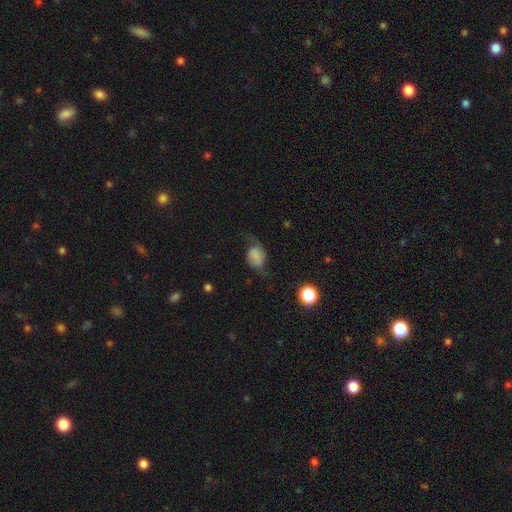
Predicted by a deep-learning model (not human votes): Morphology: type=smooth (56%); roundness=in between (64%); merging=none (42%).